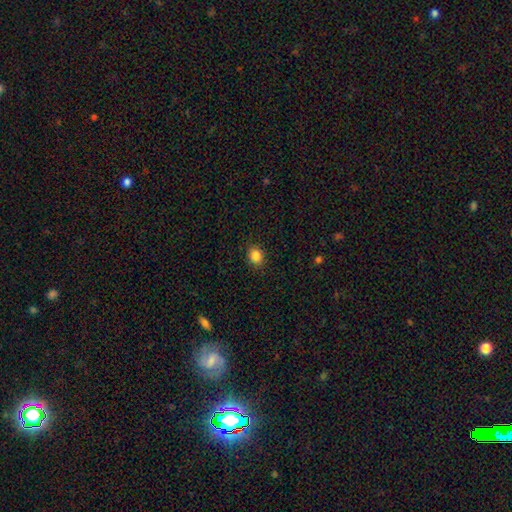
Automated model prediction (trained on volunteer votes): This is clearly a smooth galaxy (85%). How rounded: likely round (60%). Merging: clearly none (90%).